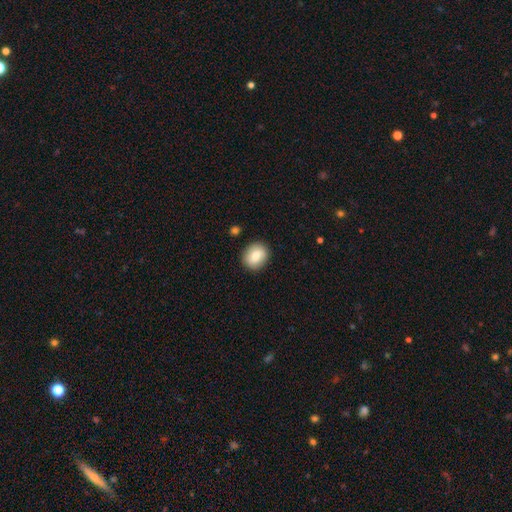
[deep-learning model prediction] smooth 78%, featured or disk 14%, star or artifact 8%. Down the decision tree: how rounded — round (67%); merging — none (88%).